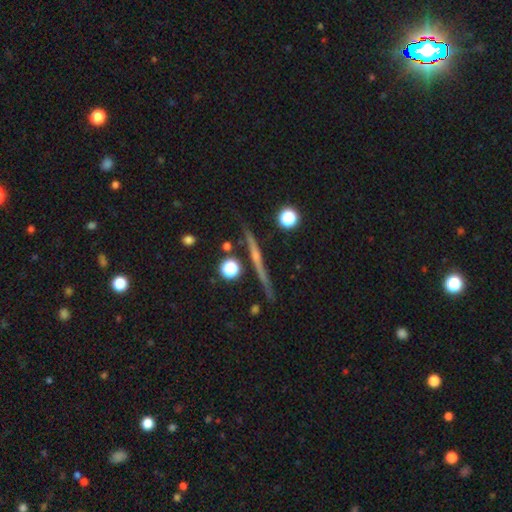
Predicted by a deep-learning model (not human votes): The model was most divided on "edge-on bulge": rounded: 55%, none: 38%, boxy: 7%. More confident: edge-on disk — yes (97%); merging — none (87%); smooth or featured — featured or disk (71%).